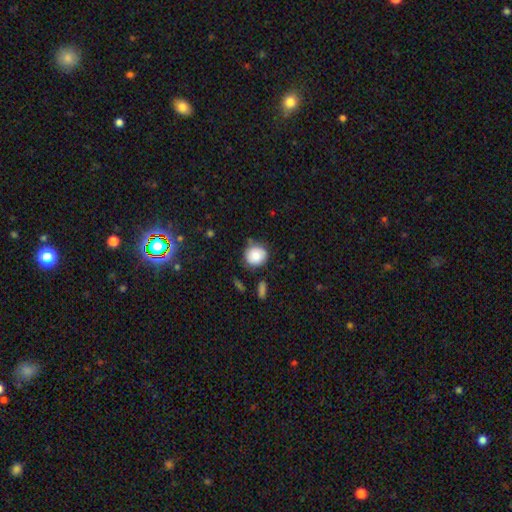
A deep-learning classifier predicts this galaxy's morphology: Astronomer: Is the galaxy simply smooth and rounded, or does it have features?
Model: smooth — 81%.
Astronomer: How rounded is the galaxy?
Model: round — 84%.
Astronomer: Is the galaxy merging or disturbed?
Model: none — 74%.